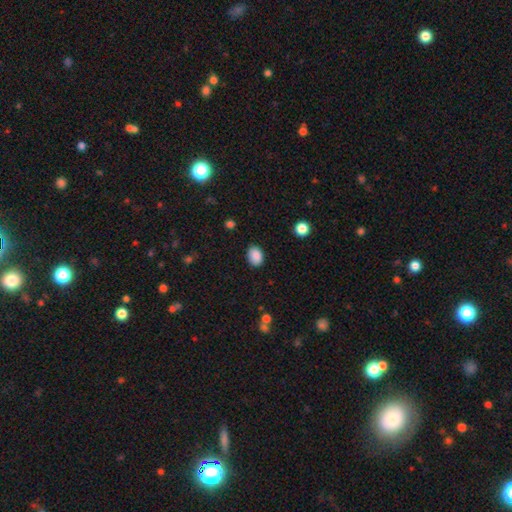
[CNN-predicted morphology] type=smooth (88%); roundness=in between (79%); merging=none (87%).